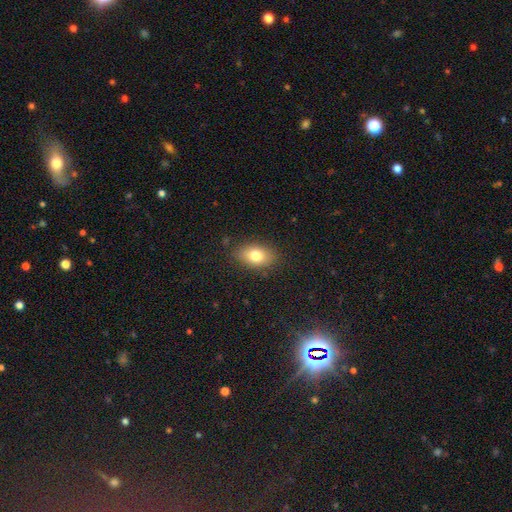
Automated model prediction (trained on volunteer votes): smooth 77%, featured or disk 13%, star or artifact 9%. Down the decision tree: how rounded — in between (85%); merging — none (85%).